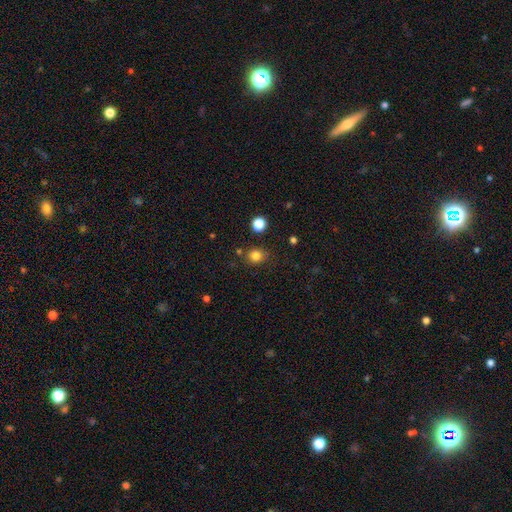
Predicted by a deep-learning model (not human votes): A smooth galaxy with no disk features (82%) that is round (80%).

Vote fractions:
- Smooth or featured? smooth: 82% / star or artifact: 13% / featured or disk: 5%
- How rounded? round: 80% / in between: 19% / cigar-shaped: 1%
- Merging? none: 82% / minor disturbance: 11% / merger: 4% / major disturbance: 3%